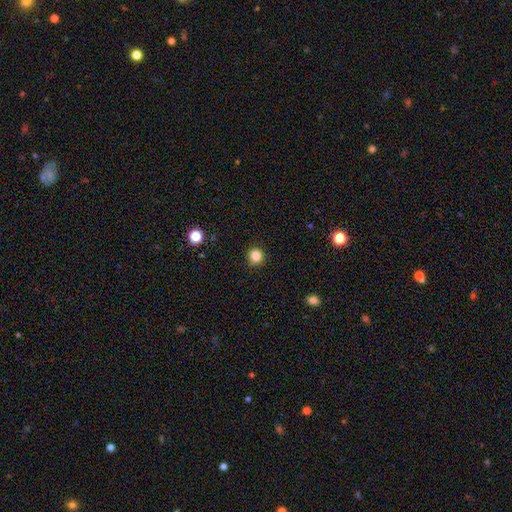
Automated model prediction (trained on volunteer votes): Smooth or featured: smooth — 85% (star or artifact — 12%)
How rounded: round — 92% (in between — 7%)
Merging: none — 90% (minor disturbance — 7%)